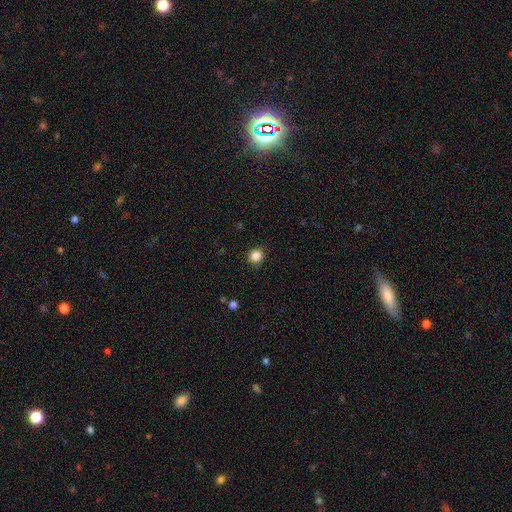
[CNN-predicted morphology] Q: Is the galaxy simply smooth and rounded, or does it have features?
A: smooth — 86%.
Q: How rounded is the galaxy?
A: round — 86%.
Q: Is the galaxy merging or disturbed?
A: none — 89%.